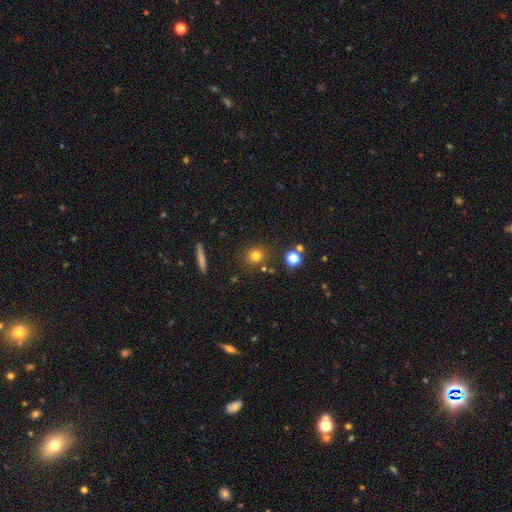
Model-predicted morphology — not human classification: The model was most divided on "smooth or featured": smooth: 77%, star or artifact: 15%, featured or disk: 8%. More confident: how rounded — round (85%); merging — none (84%).